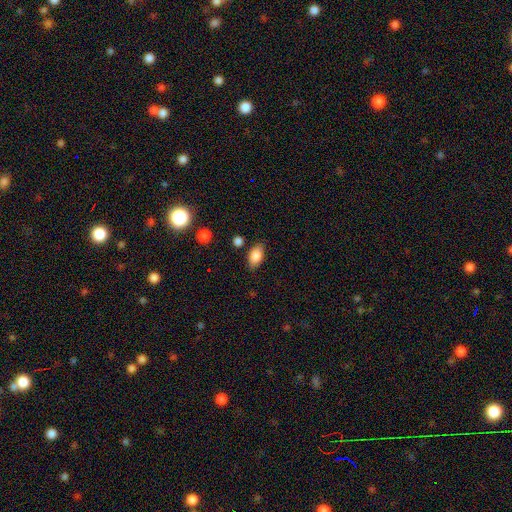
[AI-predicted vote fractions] smooth_or_featured: smooth (p=0.85) [alt: star or artifact p=0.08]
how_rounded: in between (p=0.90) [alt: round p=0.07]
merging: none (p=0.81) [alt: minor disturbance p=0.13]